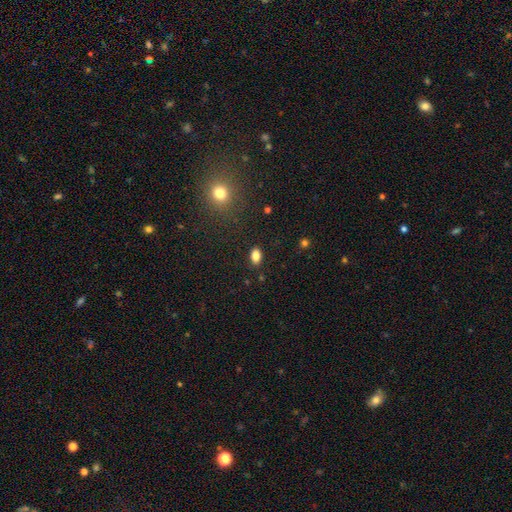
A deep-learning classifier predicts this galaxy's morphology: smooth-or-featured: smooth: 84% | star or artifact: 10% | featured or disk: 6%
  how-rounded: in between: 87% | round: 11% | cigar-shaped: 2%
  merging: none: 87% | minor disturbance: 9% | major disturbance: 2% | merger: 1%